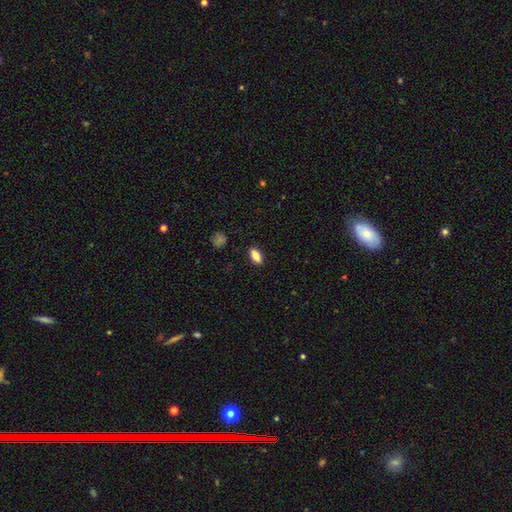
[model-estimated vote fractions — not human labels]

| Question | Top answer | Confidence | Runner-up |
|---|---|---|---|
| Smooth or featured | smooth | 82% | featured or disk (10%) |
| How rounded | in between | 86% | cigar-shaped (10%) |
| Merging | none | 89% | minor disturbance (8%) |